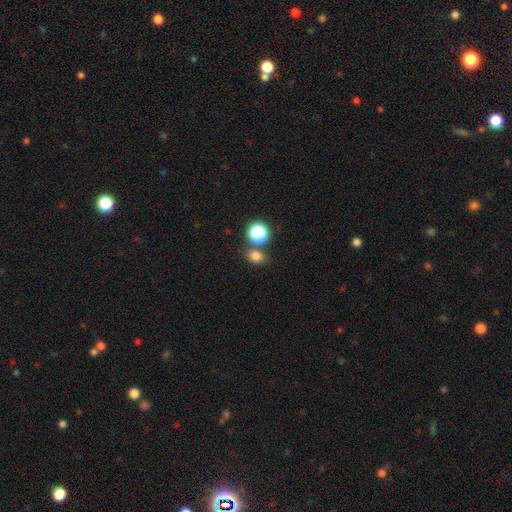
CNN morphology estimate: Smooth or featured? smooth (75%)
How rounded? round (53%)
Merging? none (70%)